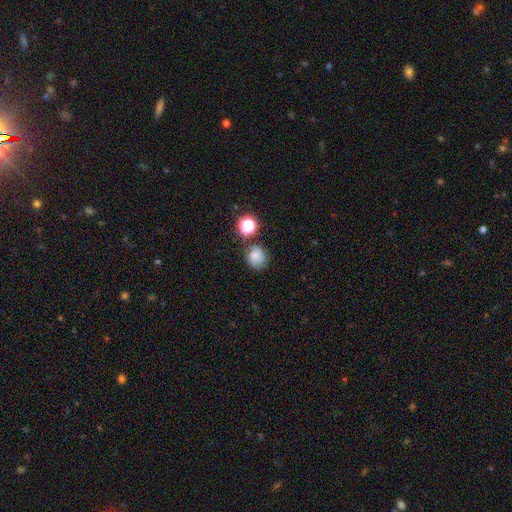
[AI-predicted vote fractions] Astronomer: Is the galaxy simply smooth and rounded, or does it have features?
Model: smooth — 64%.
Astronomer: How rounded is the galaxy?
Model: round — 77%.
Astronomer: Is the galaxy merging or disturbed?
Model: none — 64%.